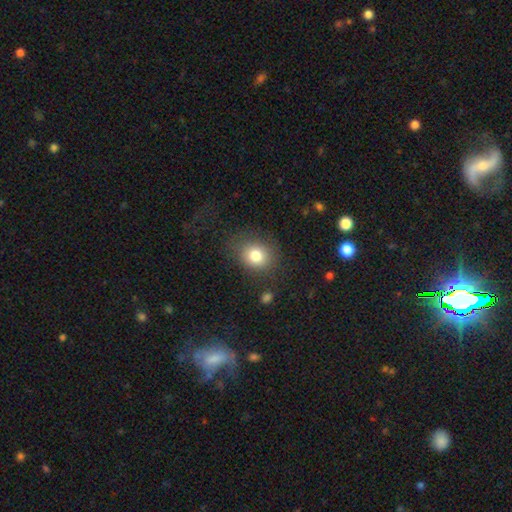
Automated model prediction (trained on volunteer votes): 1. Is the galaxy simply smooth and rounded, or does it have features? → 80% smooth, 11% star or artifact, 9% featured or disk.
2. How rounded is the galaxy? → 68% round, 31% in between, 1% cigar-shaped.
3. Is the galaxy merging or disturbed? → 78% none, 13% minor disturbance, 6% major disturbance, 2% merger.